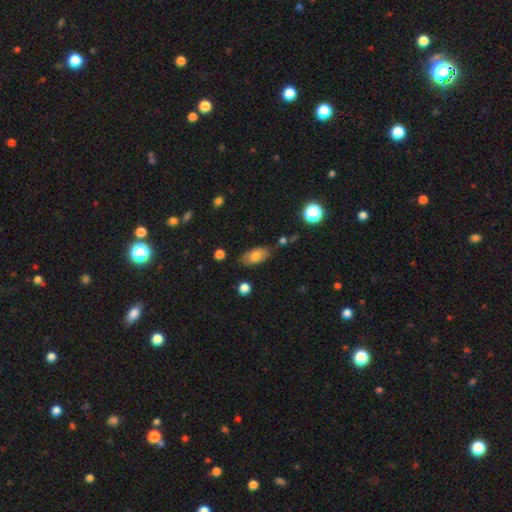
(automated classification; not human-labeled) The model was most divided on "smooth or featured": smooth: 76%, featured or disk: 16%, star or artifact: 8%. More confident: how rounded — in between (89%); merging — none (78%).